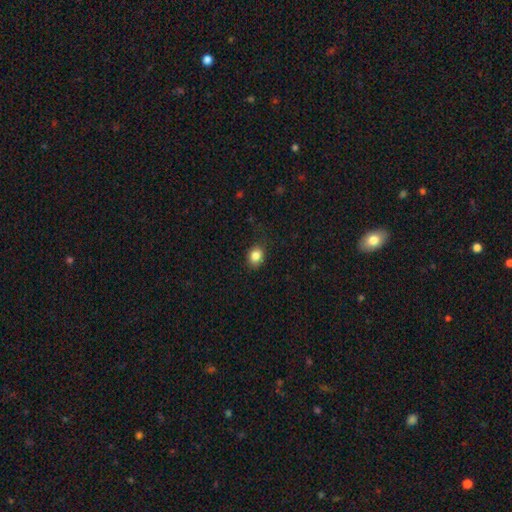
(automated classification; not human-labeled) smooth-or-featured: smooth: 85% | star or artifact: 10% | featured or disk: 5%
  how-rounded: round: 60% | in between: 39% | cigar-shaped: 1%
  merging: none: 79% | minor disturbance: 16% | major disturbance: 4% | merger: 1%